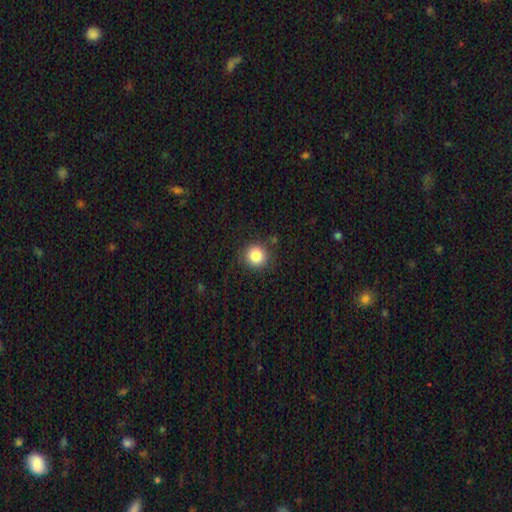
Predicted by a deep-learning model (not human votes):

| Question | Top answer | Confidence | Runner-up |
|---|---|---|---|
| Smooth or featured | smooth | 83% | star or artifact (11%) |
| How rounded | round | 88% | in between (12%) |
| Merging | none | 86% | minor disturbance (10%) |